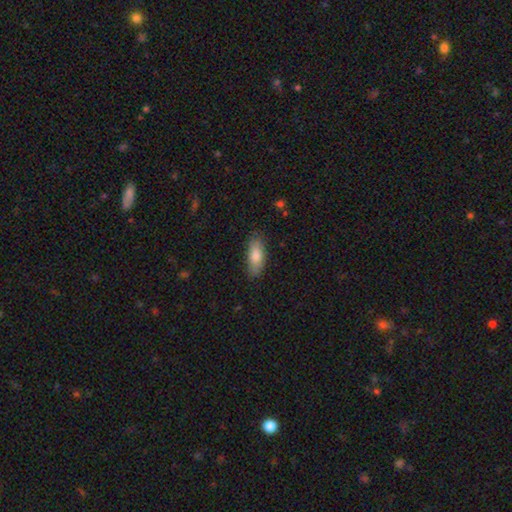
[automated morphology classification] The model was most divided on "how rounded": in between: 73%, cigar-shaped: 24%, round: 2%. More confident: smooth or featured — smooth (82%); merging — none (81%).